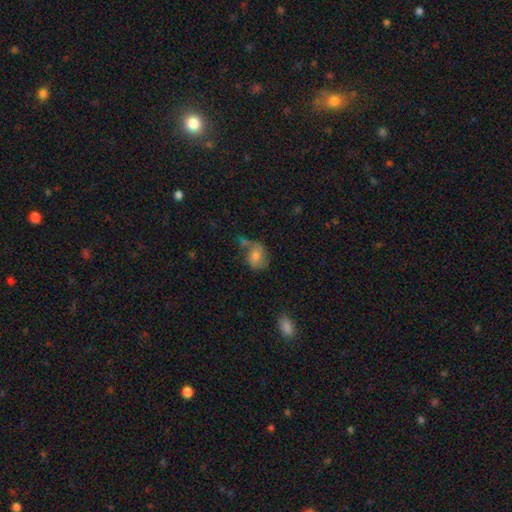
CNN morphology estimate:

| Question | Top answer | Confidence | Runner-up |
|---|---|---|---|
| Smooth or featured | smooth | 63% | featured or disk (26%) |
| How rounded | in between | 52% | round (46%) |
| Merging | none | 49% | minor disturbance (23%) |